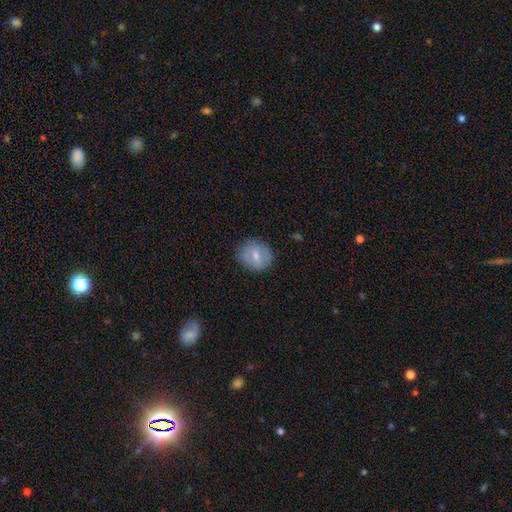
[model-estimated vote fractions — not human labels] smooth 61%, featured or disk 30%, star or artifact 8%. Down the decision tree: how rounded — round (78%); merging — none (81%).